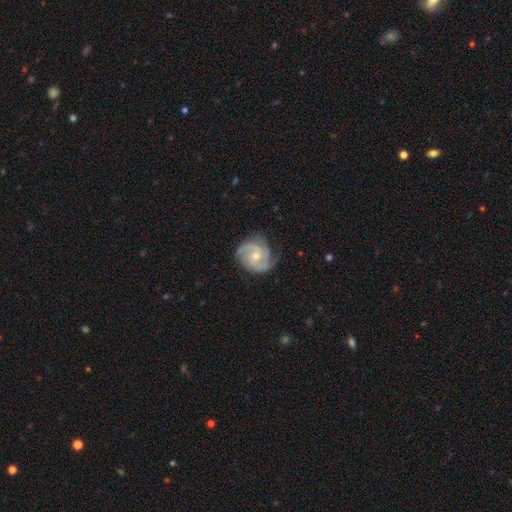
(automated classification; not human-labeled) This is clearly a featured or disk galaxy (88%). It is clearly not viewed edge-on (98%). Bar: likely no (68%). Spiral arm pattern: clearly yes (98%). Spiral arm count: marginally 3 (43%). Spiral winding: possibly tight (49%). Central bulge: possibly moderate (49%). Merging: likely none (76%).